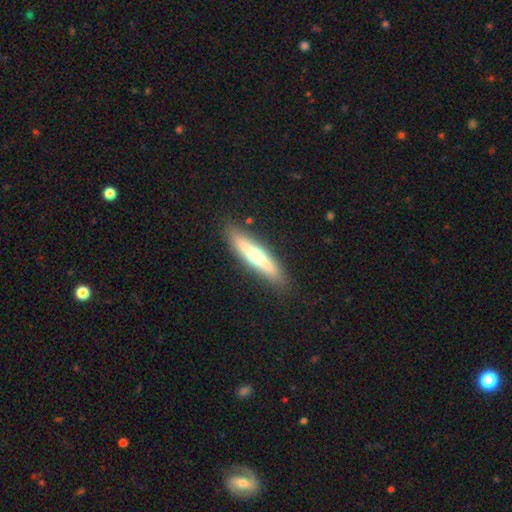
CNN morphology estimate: Smooth or featured? featured or disk (53%)
Edge-on disk? yes (90%)
Merging? none (88%)